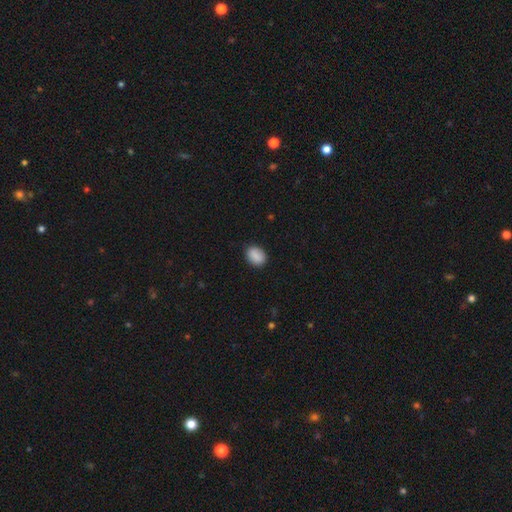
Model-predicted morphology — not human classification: smooth_or_featured: smooth (p=0.89) [alt: star or artifact p=0.07]
how_rounded: in between (p=0.68) [alt: round p=0.31]
merging: none (p=0.87) [alt: minor disturbance p=0.09]